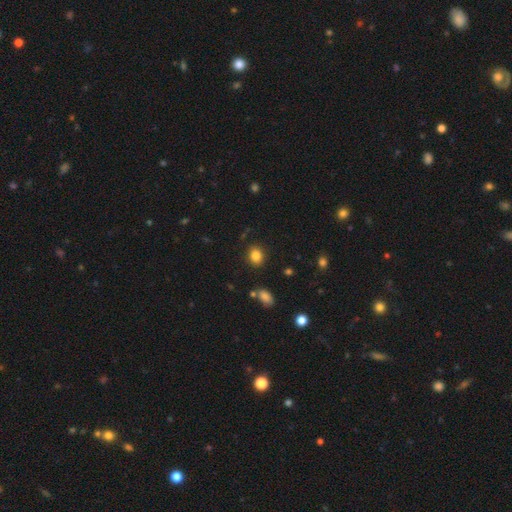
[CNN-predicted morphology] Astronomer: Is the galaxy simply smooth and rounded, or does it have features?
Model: smooth — 85%.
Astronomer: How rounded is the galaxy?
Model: round — 61% (runner-up: in between, 38%).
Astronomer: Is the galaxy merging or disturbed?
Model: none — 86%.